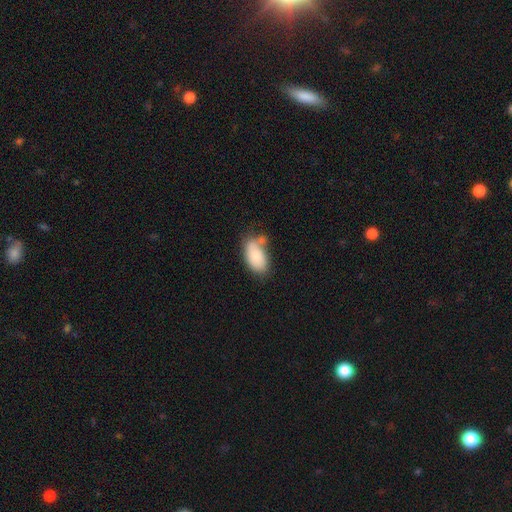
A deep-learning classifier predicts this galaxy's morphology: Smooth or featured: smooth — 81% (featured or disk — 12%)
How rounded: in between — 94% (round — 4%)
Merging: none — 48% (minor disturbance — 24%)